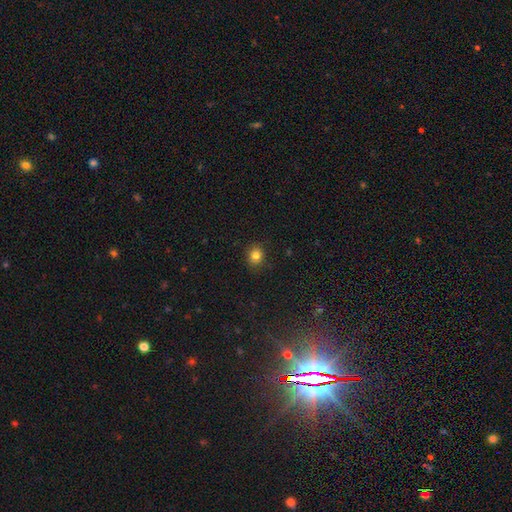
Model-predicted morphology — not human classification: A smooth galaxy with no disk features (83%) that is round (72%).

Vote fractions:
- Smooth or featured? smooth: 83% / star or artifact: 12% / featured or disk: 5%
- How rounded? round: 72% / in between: 27% / cigar-shaped: 1%
- Merging? none: 87% / minor disturbance: 10% / major disturbance: 2% / merger: 1%